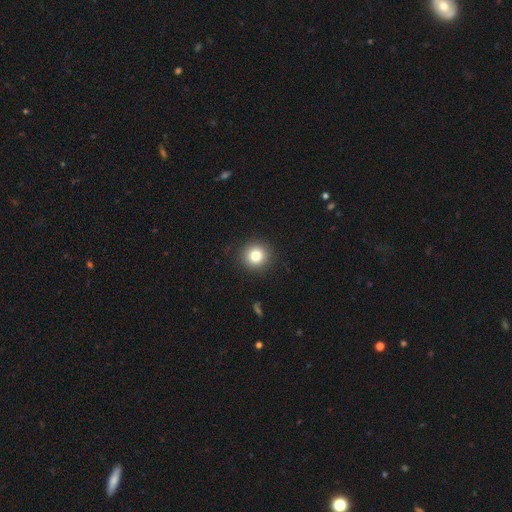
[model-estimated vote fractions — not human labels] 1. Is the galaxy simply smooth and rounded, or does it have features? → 81% smooth, 11% star or artifact, 8% featured or disk.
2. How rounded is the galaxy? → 93% round, 6% in between, 1% cigar-shaped.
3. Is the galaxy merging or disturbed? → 91% none, 6% minor disturbance, 2% major disturbance, 1% merger.